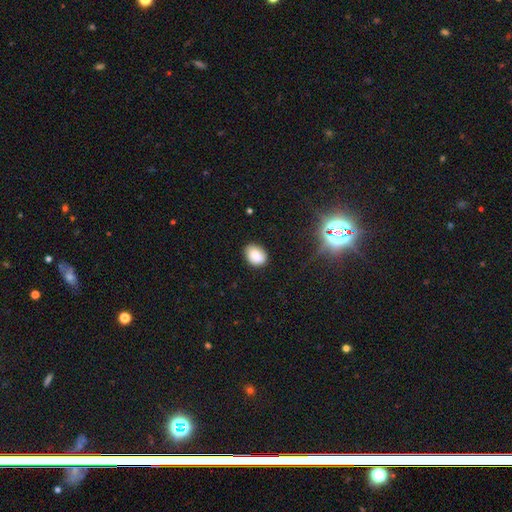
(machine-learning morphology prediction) Smooth or featured? smooth (80%)
How rounded? in between (64%)
Merging? none (78%)